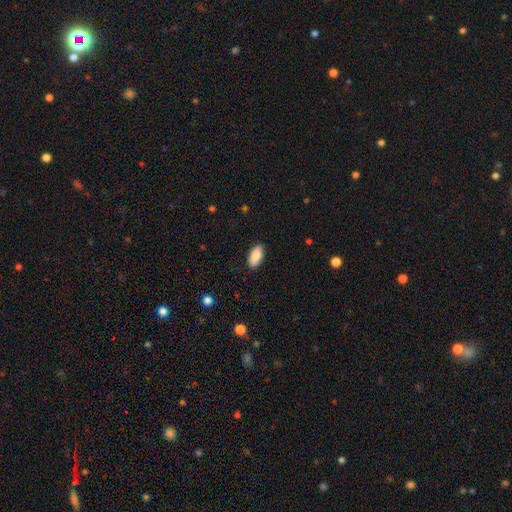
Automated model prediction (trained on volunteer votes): smooth_or_featured: smooth (p=0.84) [alt: featured or disk p=0.10]
how_rounded: in between (p=0.89) [alt: cigar-shaped p=0.08]
merging: none (p=0.88) [alt: minor disturbance p=0.09]